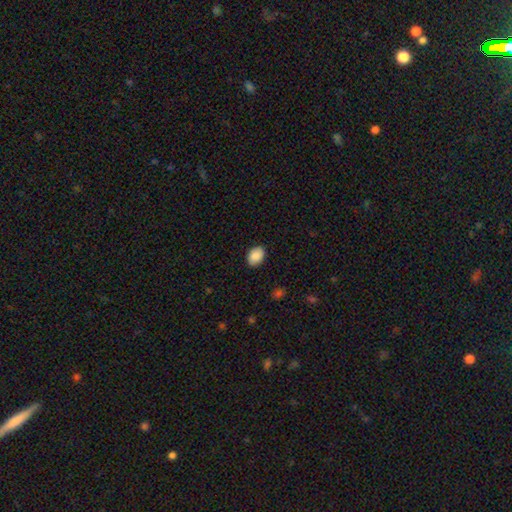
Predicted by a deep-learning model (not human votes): Smooth or featured? smooth (90%)
How rounded? in between (77%)
Merging? none (89%)